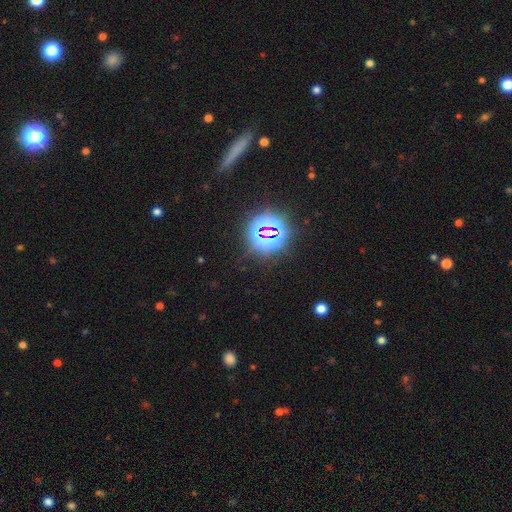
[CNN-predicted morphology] This appears to be a star or artifact, not a galaxy (77%).